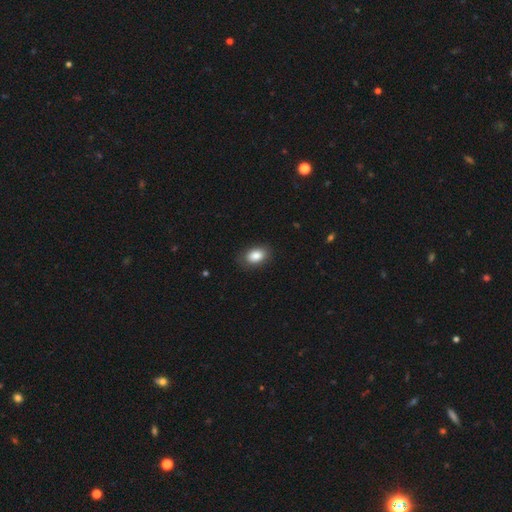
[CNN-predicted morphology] A smooth galaxy with no disk features (86%) that is in between round and cigar-shaped (86%). Merging: none (84%).